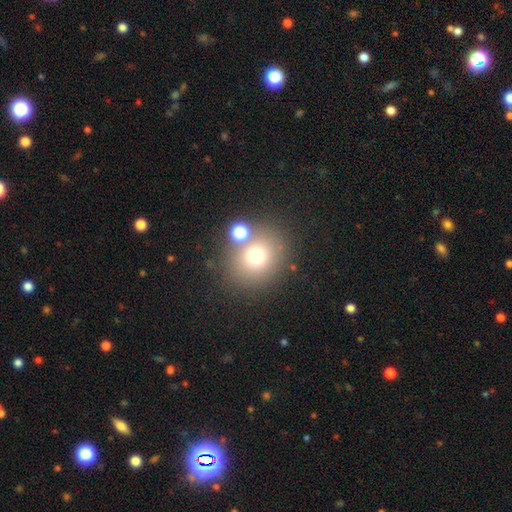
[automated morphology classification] Smooth or featured? Predicted: smooth (p=0.70). How rounded? Predicted: round (p=0.84). Merging? Predicted: none (p=0.72).